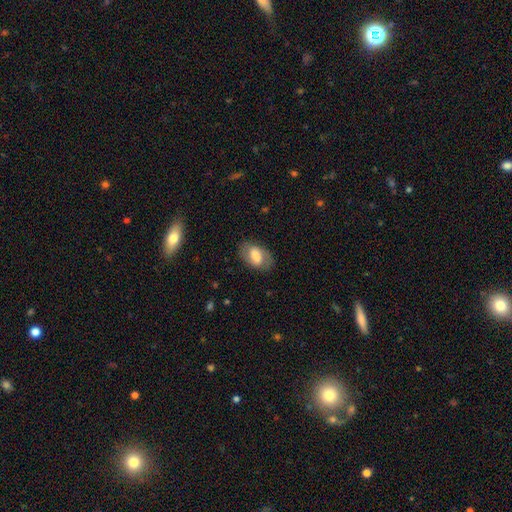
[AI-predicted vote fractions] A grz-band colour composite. It shows a smooth galaxy with no disk features (62%) that is in between round and cigar-shaped (91%). Merging: none (79%).